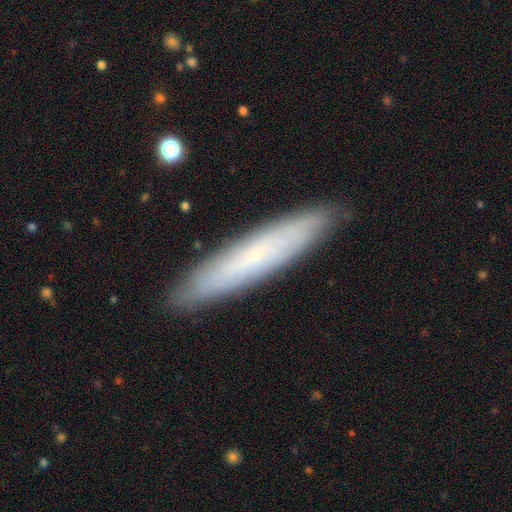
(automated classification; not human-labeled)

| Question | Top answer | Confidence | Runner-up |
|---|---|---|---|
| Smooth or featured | featured or disk | 50% | smooth (43%) |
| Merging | none | 89% | minor disturbance (8%) |